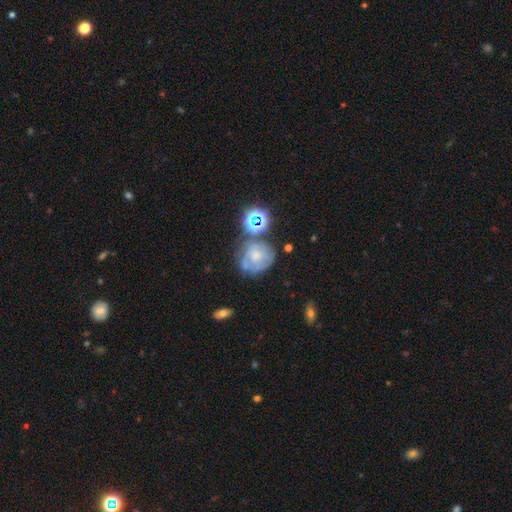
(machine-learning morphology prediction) featured or disk 46%, smooth 37%, star or artifact 16%. Down the decision tree: merging — none (46%).